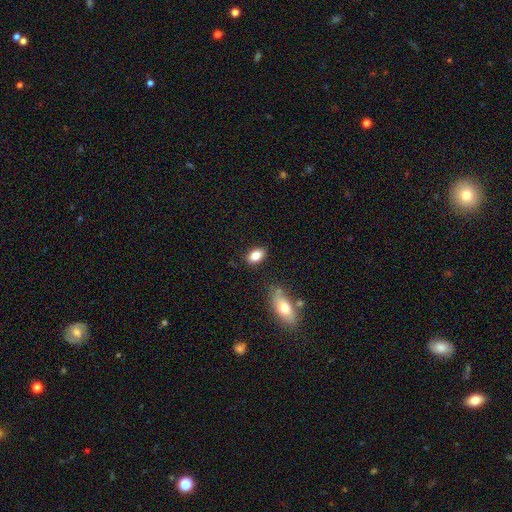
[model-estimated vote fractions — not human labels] Morphology: type=smooth (82%); roundness=in between (88%); merging=none (83%).